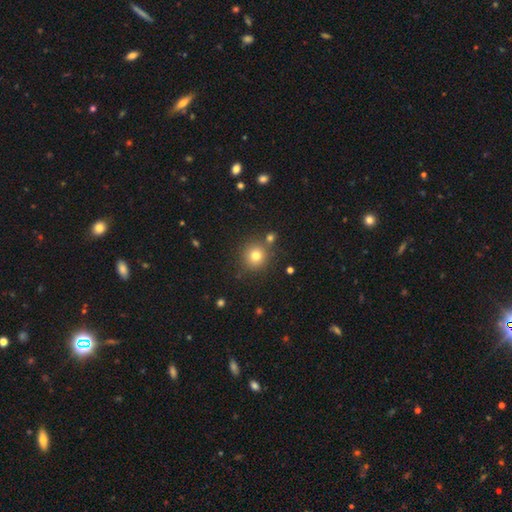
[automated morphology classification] smooth_or_featured: smooth (p=0.78) [alt: star or artifact p=0.14]
how_rounded: round (p=0.92) [alt: in between p=0.07]
merging: none (p=0.80) [alt: merger p=0.09]